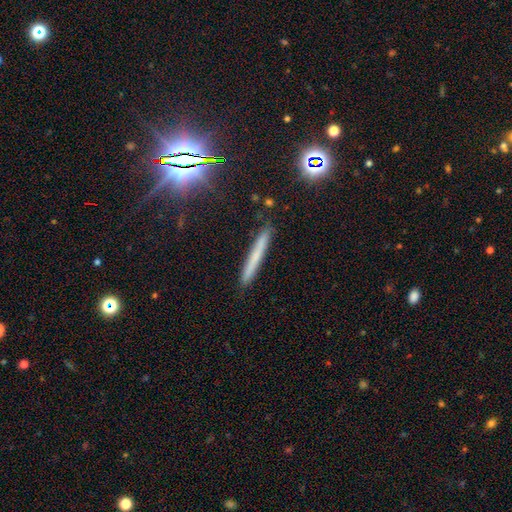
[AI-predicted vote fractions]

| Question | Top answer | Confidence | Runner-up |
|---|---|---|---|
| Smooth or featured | smooth | 62% | featured or disk (27%) |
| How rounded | cigar-shaped | 97% | in between (2%) |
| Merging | none | 91% | minor disturbance (6%) |